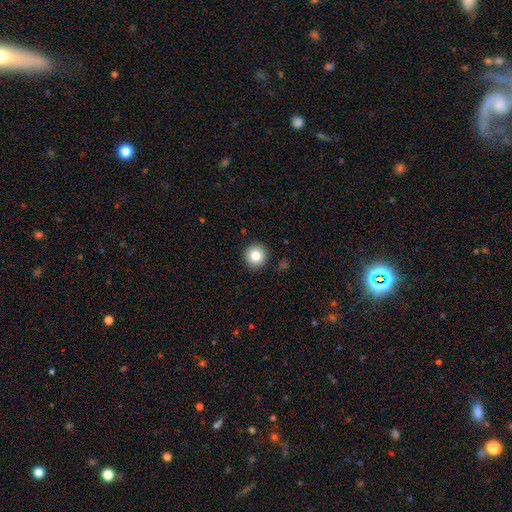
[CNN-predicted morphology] smooth 82%, star or artifact 10%, featured or disk 7%. Down the decision tree: how rounded — round (96%); merging — none (92%).